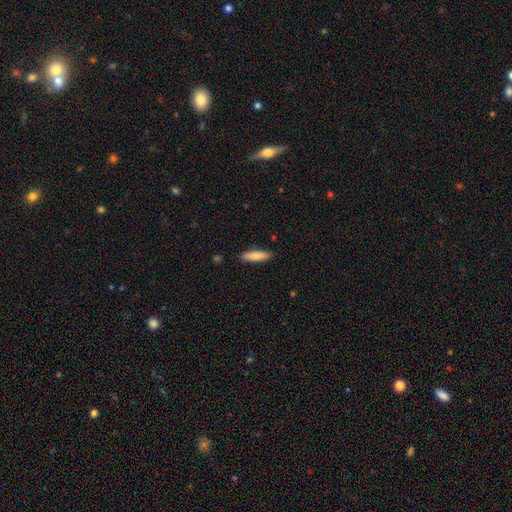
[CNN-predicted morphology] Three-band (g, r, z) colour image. It shows a smooth galaxy with no disk features (84%) that is cigar-shaped (64%). Merging: none (89%).